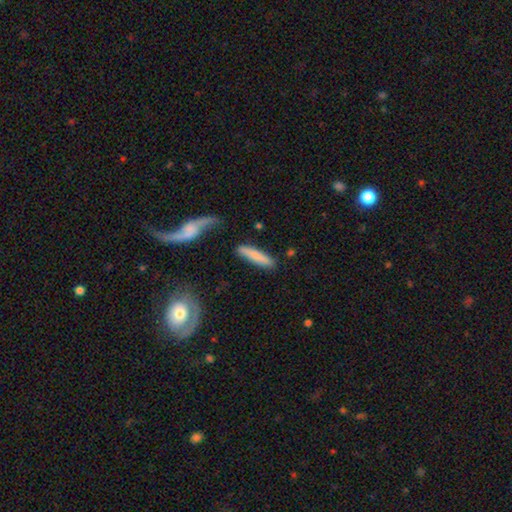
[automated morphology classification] Q: Smooth or featured?
A: smooth (75%); runner-up: featured or disk (19%)
Q: How rounded?
A: cigar-shaped (85%); runner-up: in between (14%)
Q: Merging?
A: none (74%); runner-up: minor disturbance (16%)